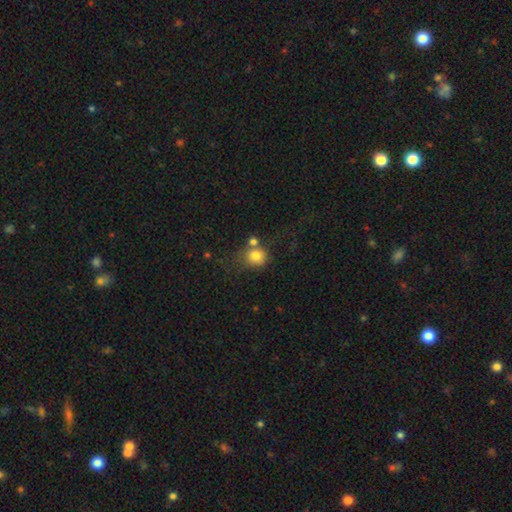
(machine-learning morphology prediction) smooth 80%, star or artifact 11%, featured or disk 9%. Down the decision tree: how rounded — round (80%); merging — none (51%).